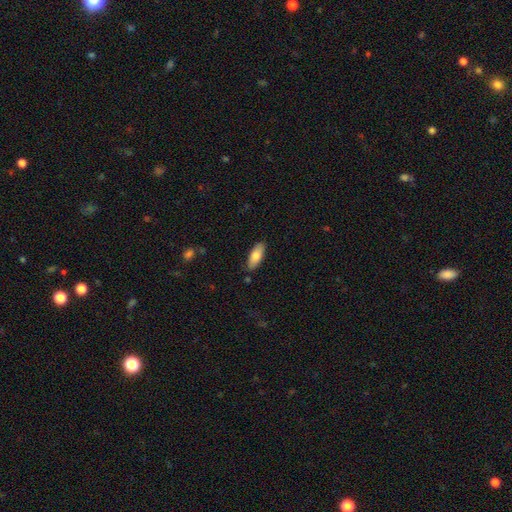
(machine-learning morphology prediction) Smooth or featured? Predicted: smooth (p=0.78). How rounded? Predicted: in between (p=0.75). Merging? Predicted: none (p=0.84).